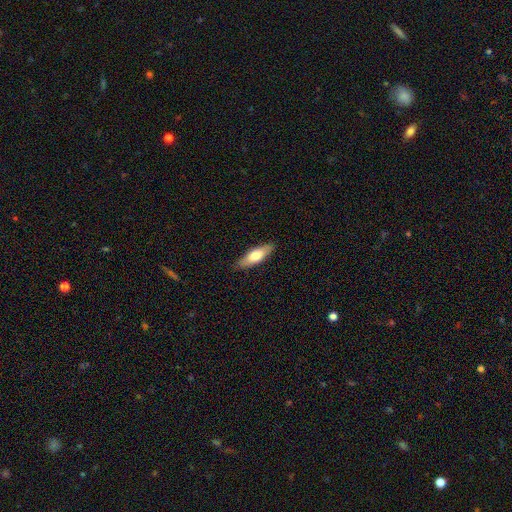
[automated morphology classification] This appears to be a smooth galaxy with no disk features (66%) that is in between round and cigar-shaped (55%). Merging: none (86%).